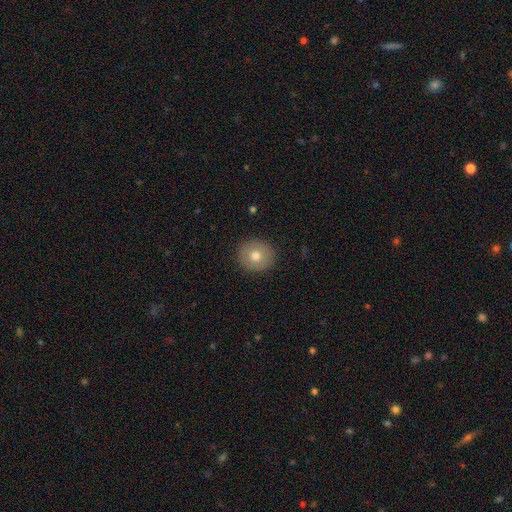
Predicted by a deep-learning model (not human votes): This is likely a smooth galaxy (73%). How rounded: clearly round (86%). Merging: clearly none (89%).